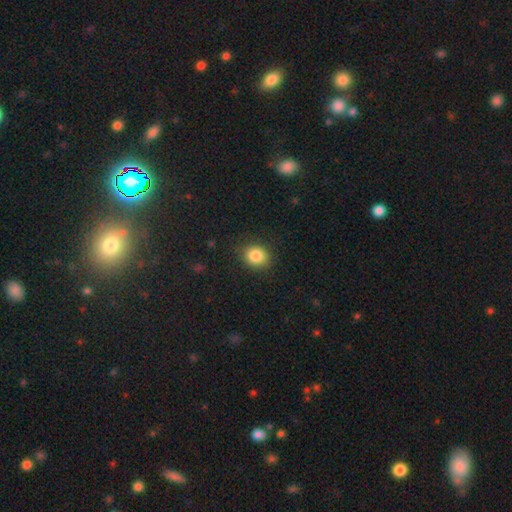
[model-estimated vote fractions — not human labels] smooth-or-featured: smooth: 85% | star or artifact: 10% | featured or disk: 5%
  how-rounded: round: 65% | in between: 34% | cigar-shaped: 1%
  merging: none: 86% | minor disturbance: 10% | major disturbance: 3% | merger: 1%